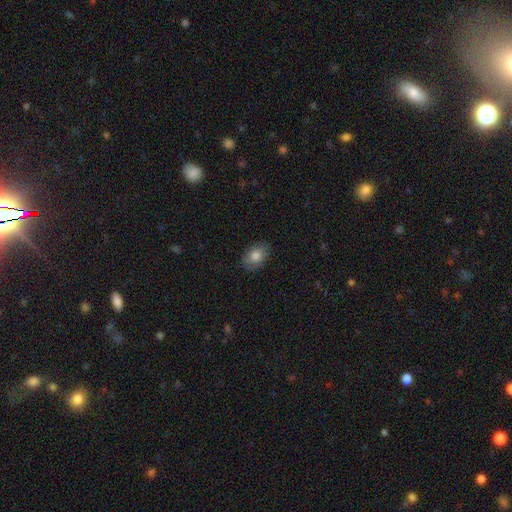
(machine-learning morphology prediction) This appears to be a smooth galaxy with no disk features (81%) that is in between round and cigar-shaped (82%). Merging: none (84%).